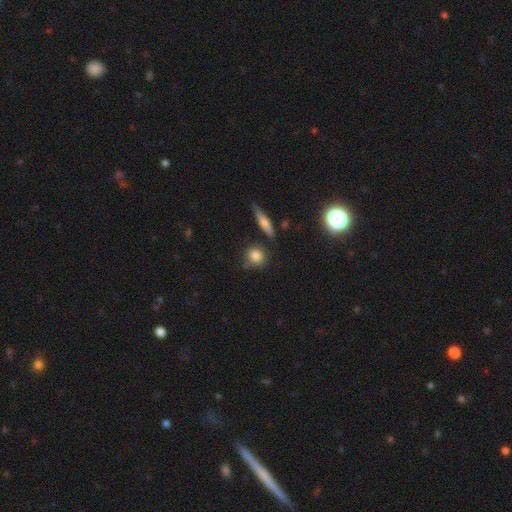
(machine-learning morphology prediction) The model was most divided on "merging": none: 75%, minor disturbance: 14%, merger: 7%, major disturbance: 4%. More confident: how rounded — round (80%); smooth or featured — smooth (80%).